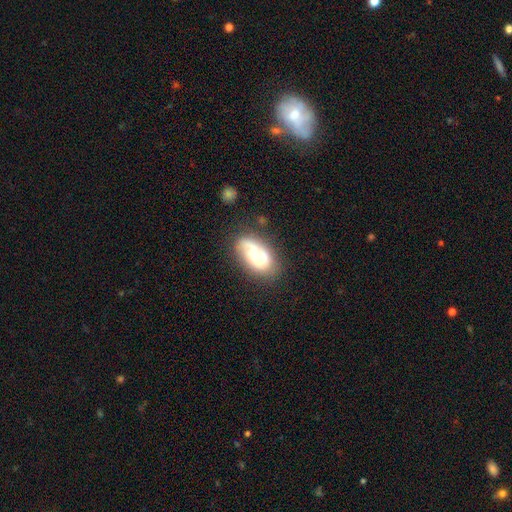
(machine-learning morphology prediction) This is likely a featured or disk galaxy (64%). It is clearly not viewed edge-on (94%). Bar: likely no (72%). Spiral arm pattern: likely yes (74%). Central bulge: likely moderate (70%). Merging: likely none (68%).